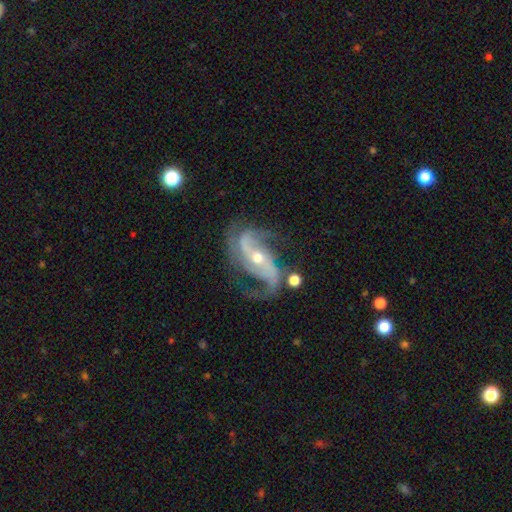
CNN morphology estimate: A featured or disk galaxy (89%) with a strong bar (36%), 2 (68%) medium (45%) spiral arms (97%) and a small central bulge (56%). Merging: none (62%).